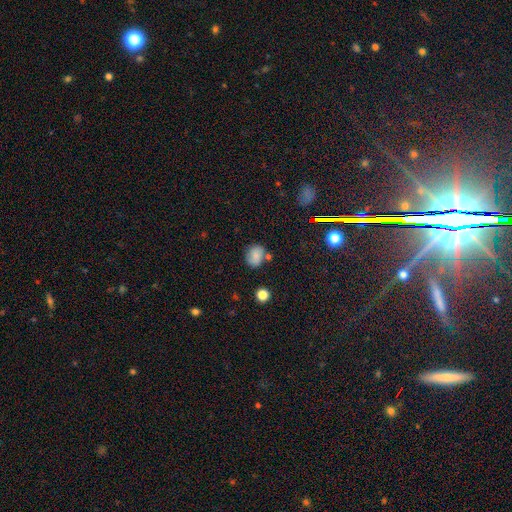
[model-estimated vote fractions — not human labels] This is likely a smooth galaxy (79%). How rounded: possibly round (54%). Merging: likely none (69%).